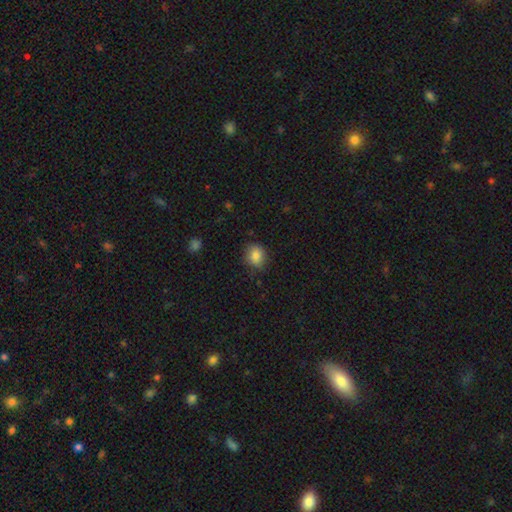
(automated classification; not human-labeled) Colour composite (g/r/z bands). It shows a smooth galaxy with no disk features (84%) that is round (60%). Merging: none (80%).